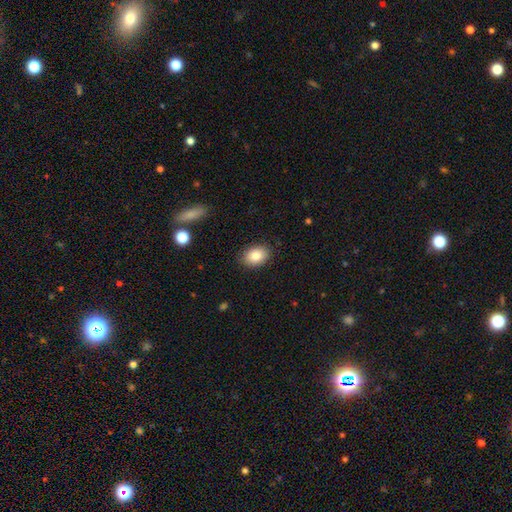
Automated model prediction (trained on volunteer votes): The model was most divided on "how rounded": in between: 80%, round: 19%, cigar-shaped: 1%. More confident: merging — none (87%); smooth or featured — smooth (85%).